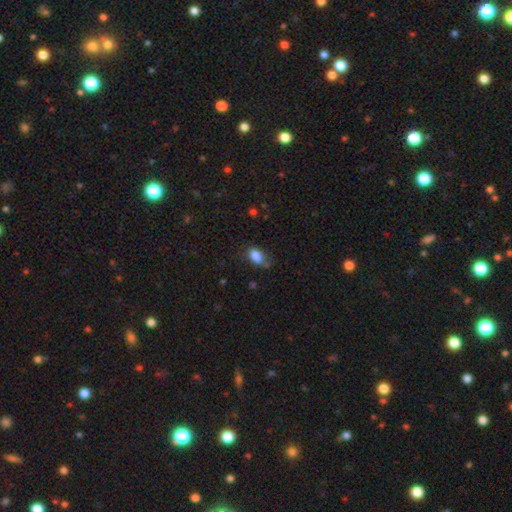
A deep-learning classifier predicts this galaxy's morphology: Smooth or featured? smooth (85%)
How rounded? in between (88%)
Merging? none (58%)